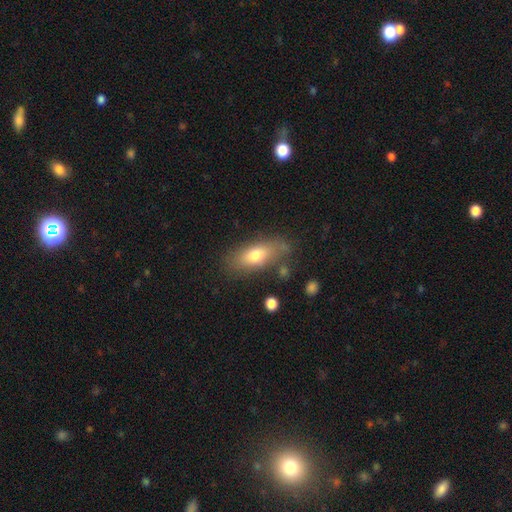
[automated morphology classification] A smooth galaxy with no disk features (70%) that is in between round and cigar-shaped (75%).

Vote fractions:
- Smooth or featured? smooth: 70% / featured or disk: 22% / star or artifact: 8%
- How rounded? in between: 75% / cigar-shaped: 20% / round: 5%
- Merging? none: 73% / minor disturbance: 17% / major disturbance: 6% / merger: 4%